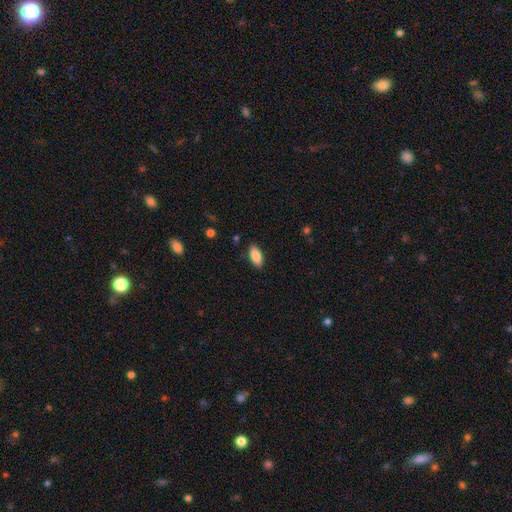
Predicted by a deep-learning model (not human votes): A smooth galaxy with no disk features (84%) that is in between round and cigar-shaped (83%). Merging: none (87%).